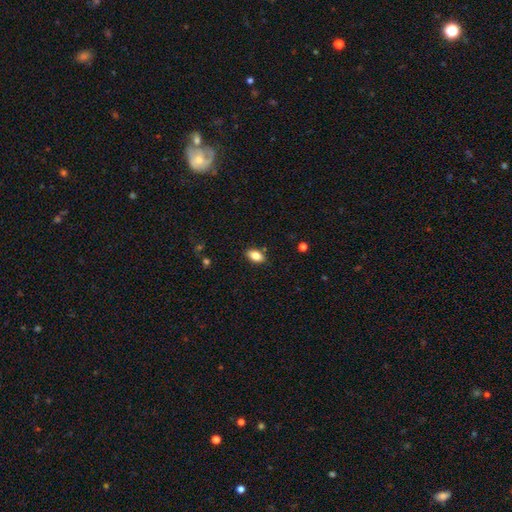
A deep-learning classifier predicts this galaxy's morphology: Smooth or featured? Predicted: smooth (p=0.83). How rounded? Predicted: in between (p=0.90). Merging? Predicted: none (p=0.86).